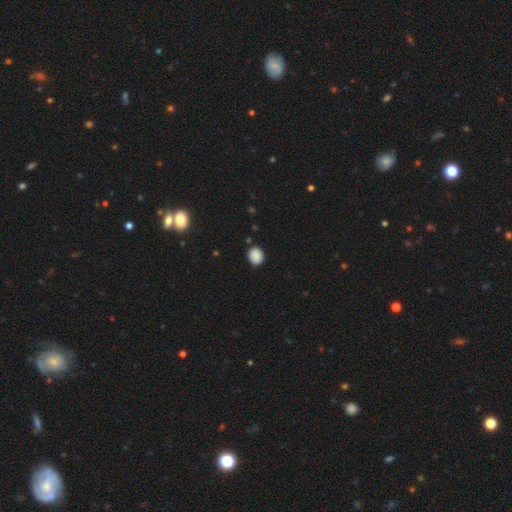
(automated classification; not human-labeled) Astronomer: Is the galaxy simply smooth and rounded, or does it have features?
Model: smooth — 88%.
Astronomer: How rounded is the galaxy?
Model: round — 61% (runner-up: in between, 38%).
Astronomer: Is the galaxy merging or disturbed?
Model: none — 84%.